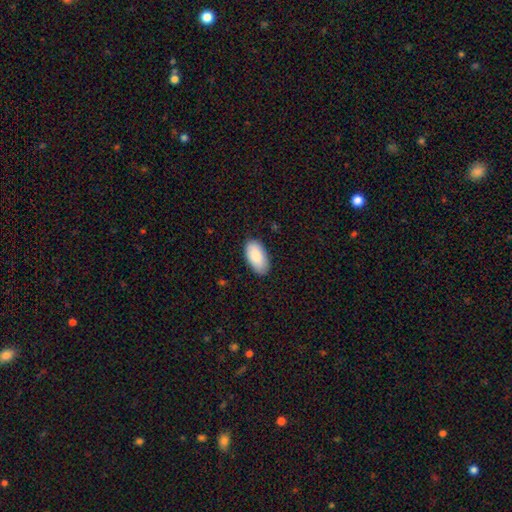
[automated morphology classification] type=smooth (87%); roundness=in between (96%); merging=none (86%).